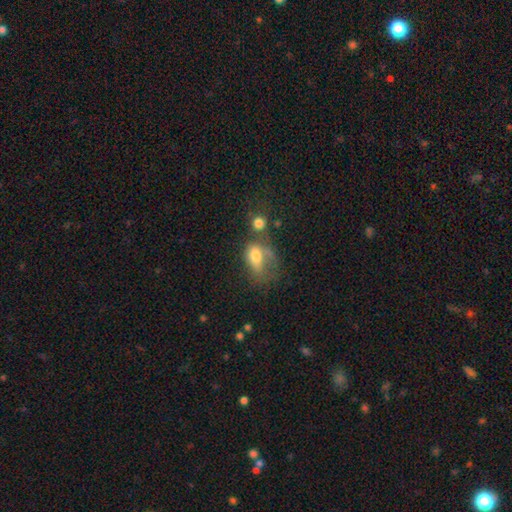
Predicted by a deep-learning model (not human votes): smooth_or_featured: smooth (p=0.67) [alt: featured or disk p=0.22]
how_rounded: in between (p=0.77) [alt: round p=0.20]
merging: major disturbance (p=0.37) [alt: merger p=0.27]